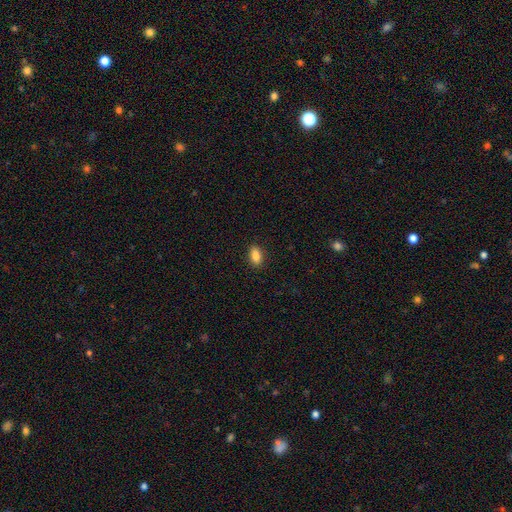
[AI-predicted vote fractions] The model was most divided on "smooth or featured": smooth: 86%, star or artifact: 8%, featured or disk: 6%. More confident: merging — none (89%); how rounded — in between (88%).